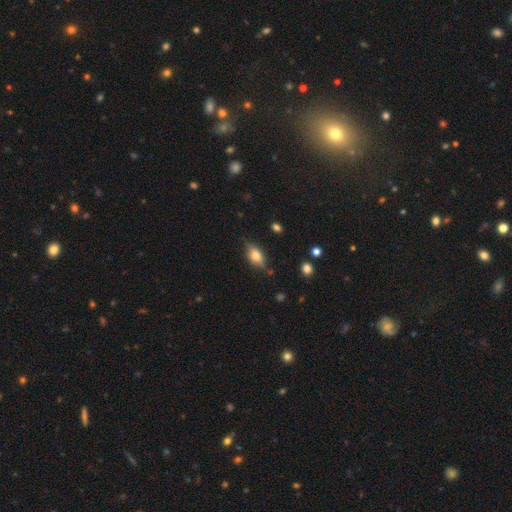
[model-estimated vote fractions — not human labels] The model was most divided on "smooth or featured": smooth: 53%, featured or disk: 38%, star or artifact: 9%. More confident: how rounded — in between (78%); merging — none (74%).